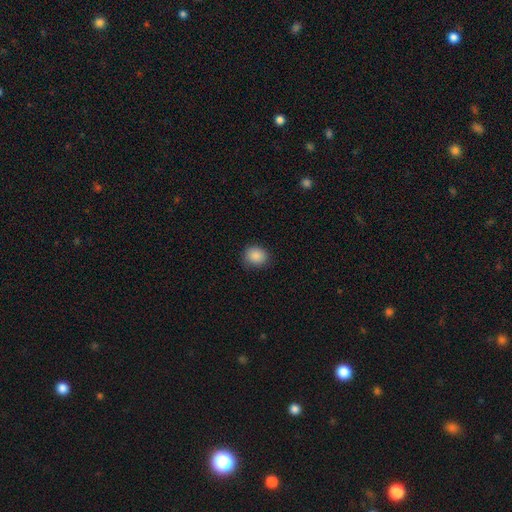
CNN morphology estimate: smooth_or_featured: smooth (p=0.88) [alt: star or artifact p=0.09]
how_rounded: round (p=0.73) [alt: in between p=0.26]
merging: none (p=0.82) [alt: minor disturbance p=0.14]